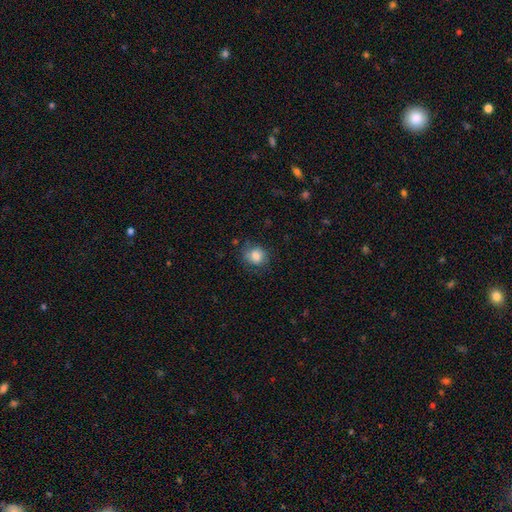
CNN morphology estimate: The model was most divided on "how rounded": round: 74%, in between: 26%, cigar-shaped: 1%. More confident: smooth or featured — smooth (81%); merging — none (72%).